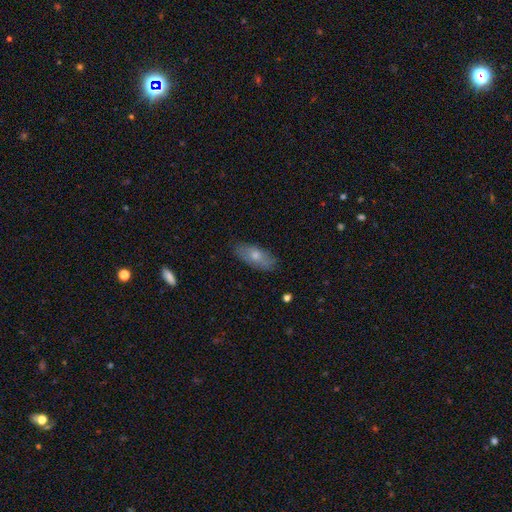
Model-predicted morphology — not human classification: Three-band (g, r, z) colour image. It shows a smooth galaxy with no disk features (69%) that is in between round and cigar-shaped (79%). Merging: none (80%).